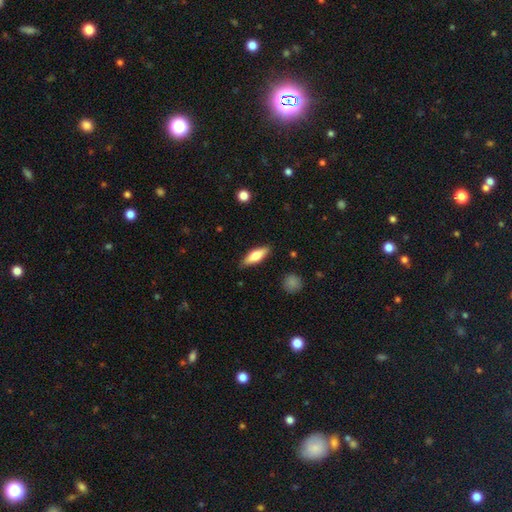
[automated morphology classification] Overall: smooth (68%). How rounded: in between (53%; cigar-shaped 45%). Merging: none (86%).